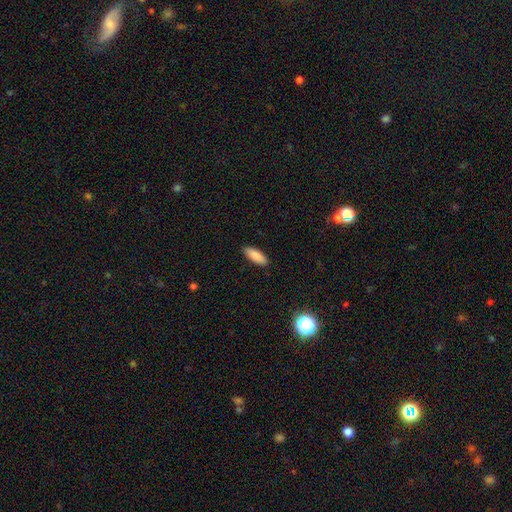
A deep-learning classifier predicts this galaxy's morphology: Smooth or featured? smooth (87%)
How rounded? in between (66%)
Merging? none (89%)